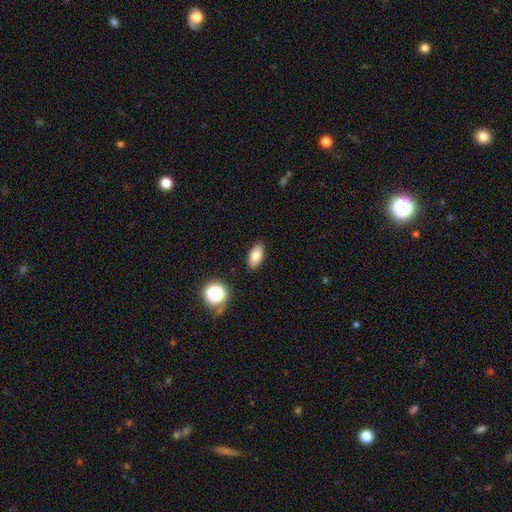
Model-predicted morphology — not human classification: This is likely a smooth galaxy (80%). How rounded: clearly in between (89%). Merging: clearly none (88%).